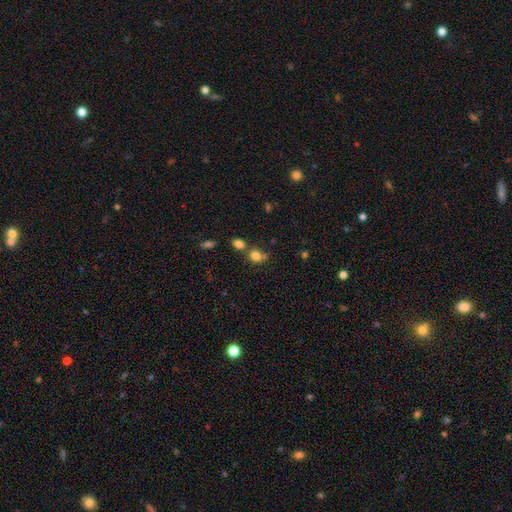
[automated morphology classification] A smooth galaxy with no disk features (79%) that is round (61%). Merging: none (49%).